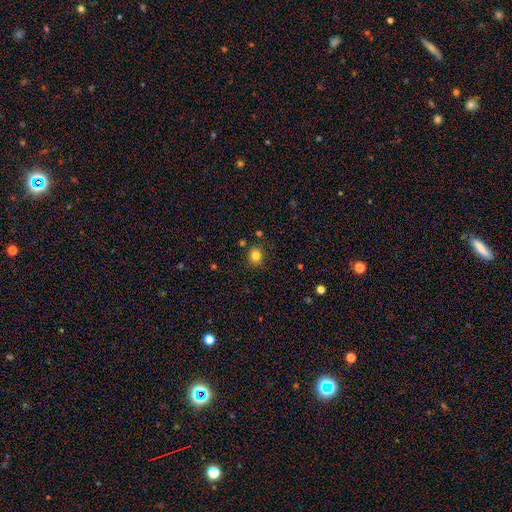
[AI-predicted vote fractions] This is clearly a smooth galaxy (82%). How rounded: likely round (65%). Merging: clearly none (84%).